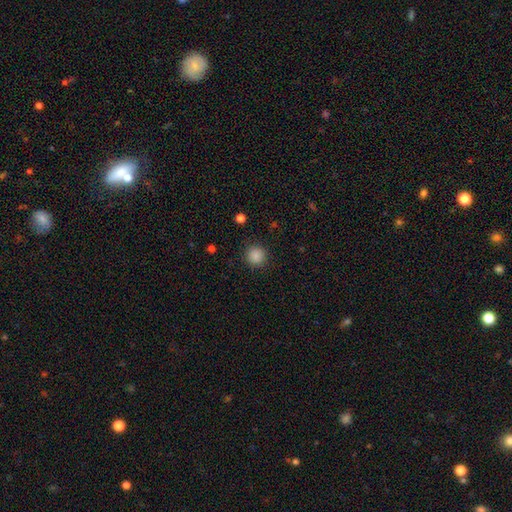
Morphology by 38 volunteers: This is clearly a smooth galaxy (92%). How rounded: clearly round (91%). Merging: clearly none (86%).